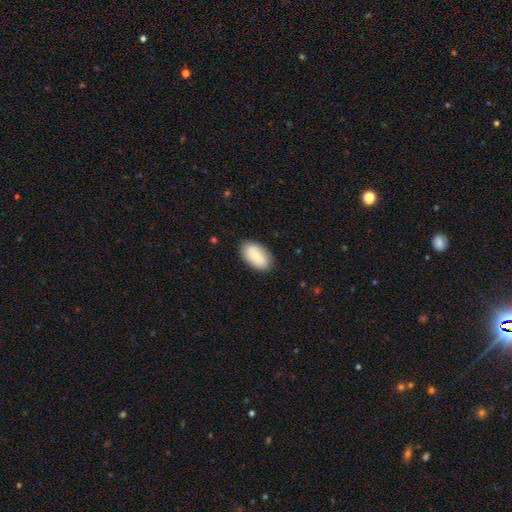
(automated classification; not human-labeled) Overall: smooth (73%). How rounded: in between (94%). Merging: none (84%).